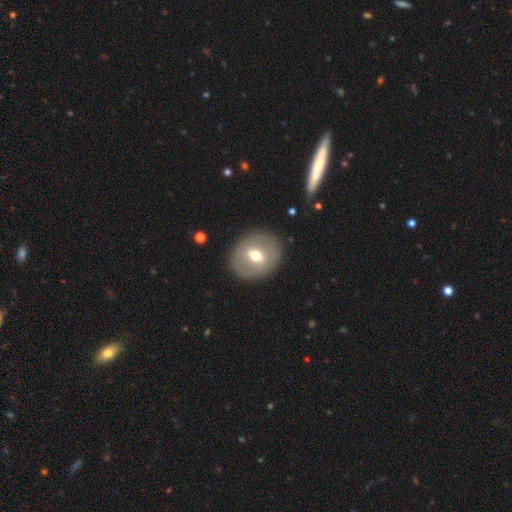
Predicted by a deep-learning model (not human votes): Smooth or featured? smooth (52%)
How rounded? round (62%)
Merging? none (86%)